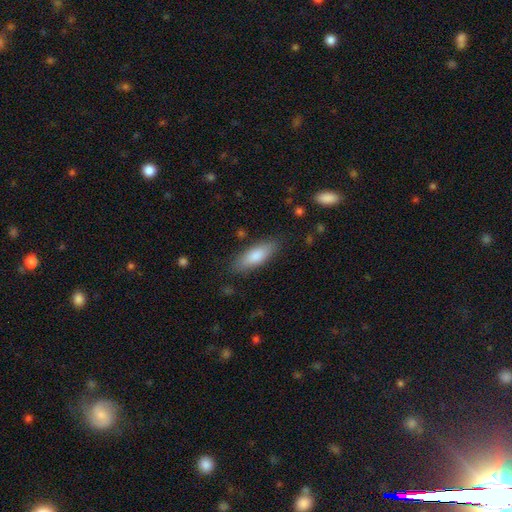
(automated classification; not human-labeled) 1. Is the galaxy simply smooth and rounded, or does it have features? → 78% smooth, 15% featured or disk, 6% star or artifact.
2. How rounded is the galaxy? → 57% in between, 42% cigar-shaped, 2% round.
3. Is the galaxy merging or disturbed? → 85% none, 11% minor disturbance, 3% major disturbance, 1% merger.